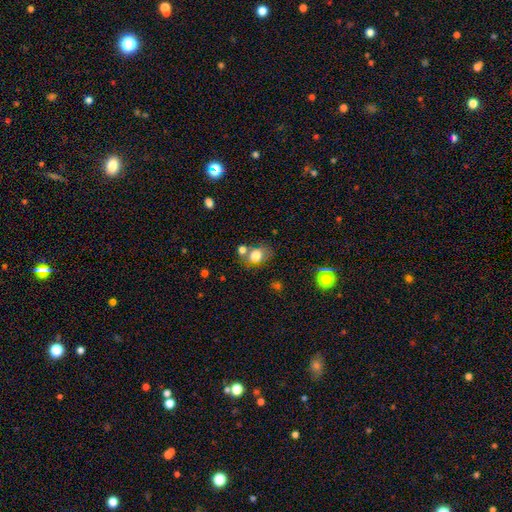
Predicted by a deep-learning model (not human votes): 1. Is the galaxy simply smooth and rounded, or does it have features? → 77% smooth, 12% featured or disk, 11% star or artifact.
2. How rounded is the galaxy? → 53% in between, 46% round, 1% cigar-shaped.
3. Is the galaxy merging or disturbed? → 54% none, 22% merger, 17% minor disturbance, 7% major disturbance.